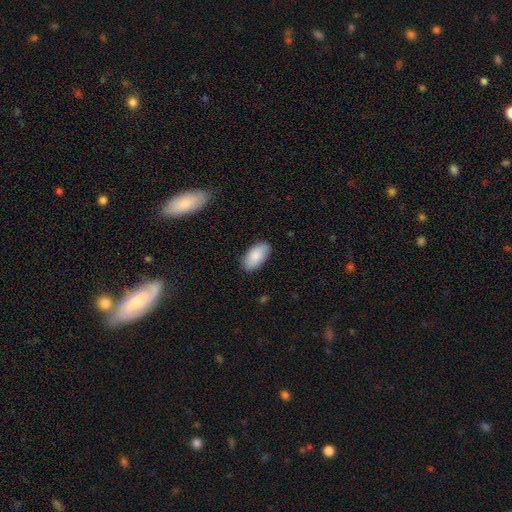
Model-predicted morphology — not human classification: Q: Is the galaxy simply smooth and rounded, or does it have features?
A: smooth — 87%.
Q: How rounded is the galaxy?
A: in between — 95%.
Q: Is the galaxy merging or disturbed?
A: none — 86%.